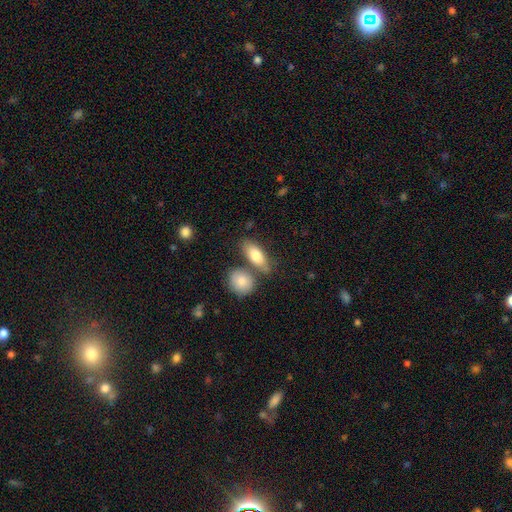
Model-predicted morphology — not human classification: smooth_or_featured: smooth (p=0.79) [alt: featured or disk p=0.15]
how_rounded: in between (p=0.81) [alt: cigar-shaped p=0.14]
merging: none (p=0.59) [alt: merger p=0.24]